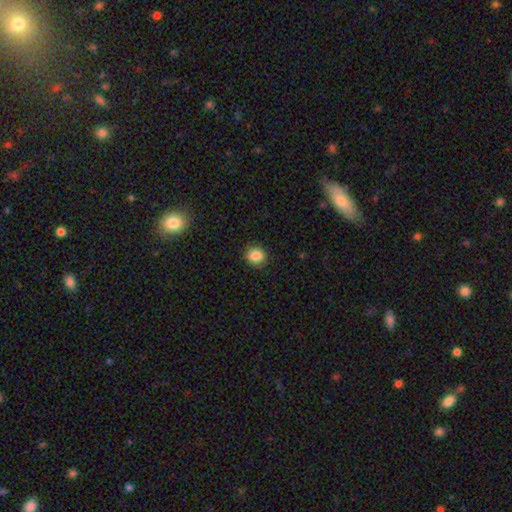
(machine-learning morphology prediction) Smooth or featured? Predicted: smooth (p=0.85). How rounded? Predicted: round (p=0.69). Merging? Predicted: none (p=0.88).